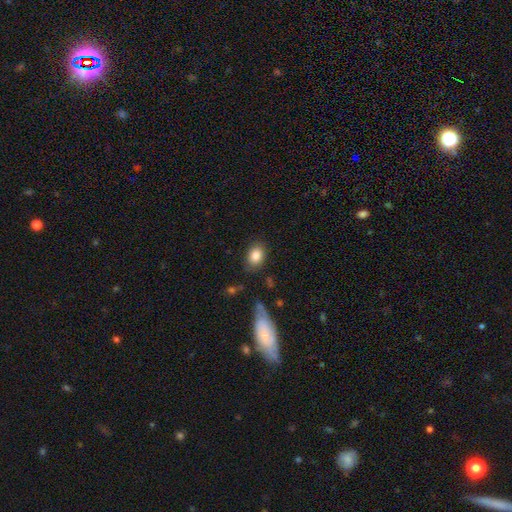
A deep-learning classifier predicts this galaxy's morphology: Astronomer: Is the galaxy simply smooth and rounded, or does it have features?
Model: smooth — 84%.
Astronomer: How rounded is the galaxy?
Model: in between — 70%.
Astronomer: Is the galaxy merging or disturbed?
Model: none — 81%.